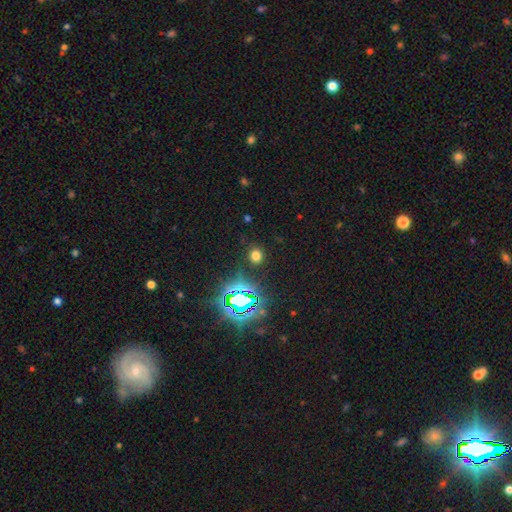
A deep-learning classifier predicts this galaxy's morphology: A smooth galaxy with no disk features (65%) that is round (75%).

Vote fractions:
- Smooth or featured? smooth: 65% / star or artifact: 29% / featured or disk: 6%
- How rounded? round: 75% / in between: 24% / cigar-shaped: 1%
- Merging? none: 88% / minor disturbance: 7% / major disturbance: 3% / merger: 2%